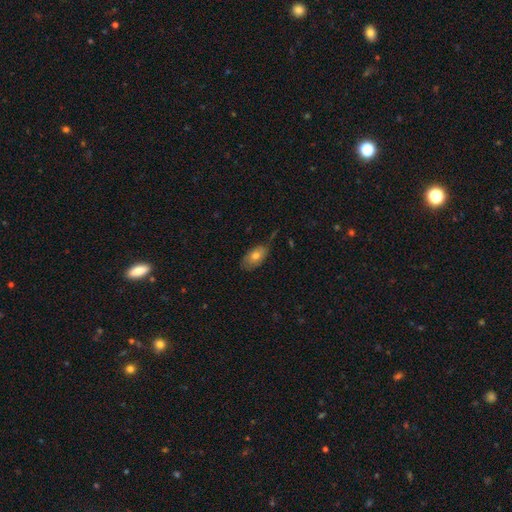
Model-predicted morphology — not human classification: Smooth or featured?
  - smooth: 72% *
  - featured or disk: 20%
  - star or artifact: 7%
How rounded?
  - in between: 91% *
  - round: 5%
  - cigar-shaped: 3%
Merging?
  - none: 62% *
  - minor disturbance: 28%
  - major disturbance: 6%
  - merger: 4%